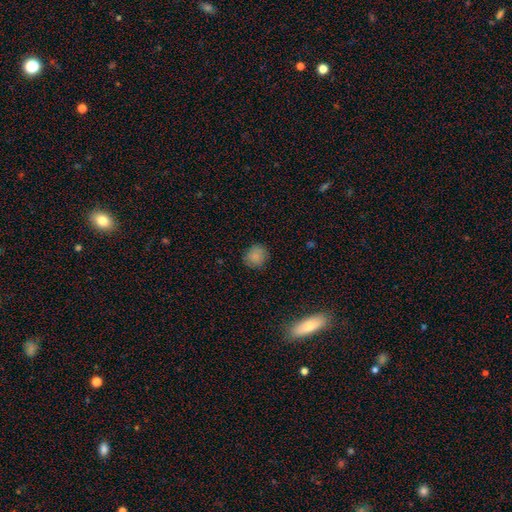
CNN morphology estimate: type=smooth (83%); roundness=round (82%); merging=none (84%).